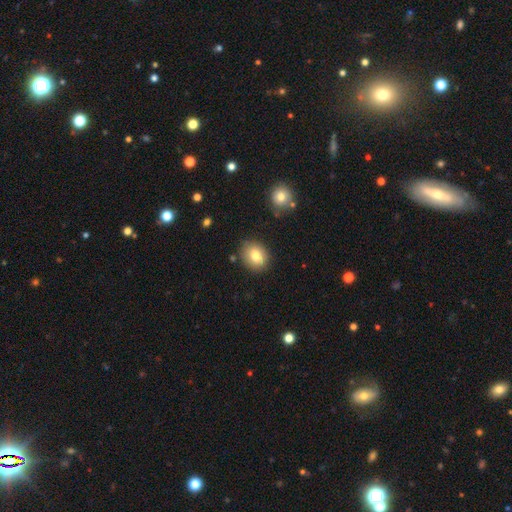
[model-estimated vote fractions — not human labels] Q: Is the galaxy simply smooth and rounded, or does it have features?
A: smooth — 79%.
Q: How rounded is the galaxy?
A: round — 58%.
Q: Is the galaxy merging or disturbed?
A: none — 83%.